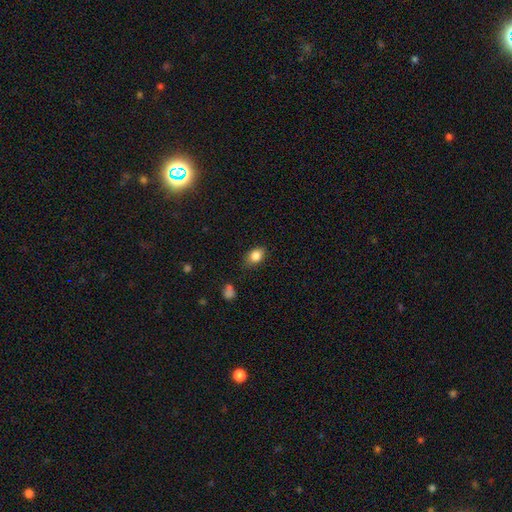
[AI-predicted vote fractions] Overall: smooth (84%). How rounded: in between (74%). Merging: none (77%).